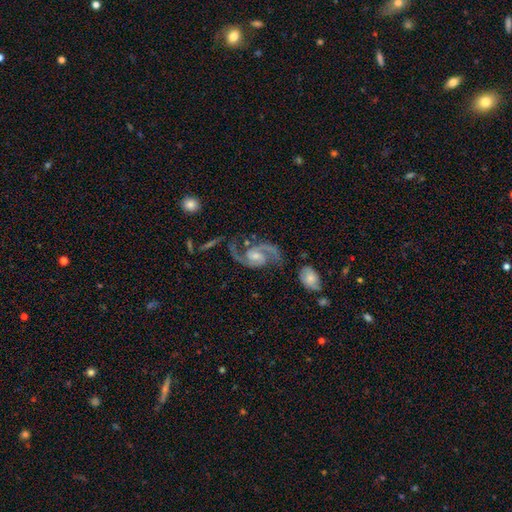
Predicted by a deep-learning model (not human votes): smooth_or_featured: featured or disk (p=0.92) [alt: star or artifact p=0.05]
disk_edge_on: no (p=0.98) [alt: yes p=0.02]
bar: no (p=0.46) [alt: weak p=0.41]
has_spiral_arms: yes (p=0.98) [alt: no p=0.02]
spiral_winding: medium (p=0.61) [alt: loose p=0.24]
spiral_arm_count: 2 (p=0.94) [alt: can't tell p=0.02]
bulge_size: small (p=0.45) [alt: moderate p=0.44]
merging: none (p=0.70) [alt: minor disturbance p=0.16]